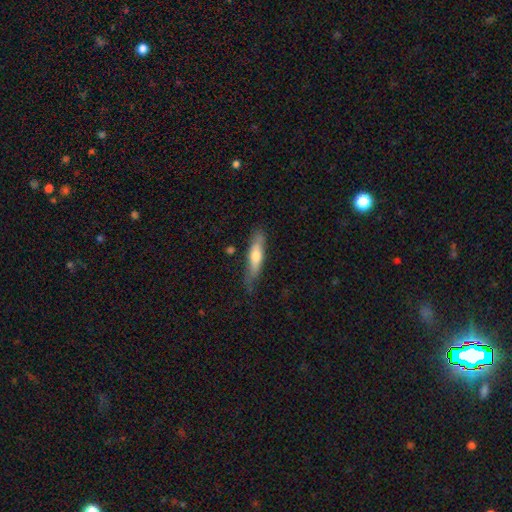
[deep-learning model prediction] The model was most divided on "smooth or featured": smooth: 58%, featured or disk: 36%, star or artifact: 5%. More confident: how rounded — cigar-shaped (79%); merging — none (70%).